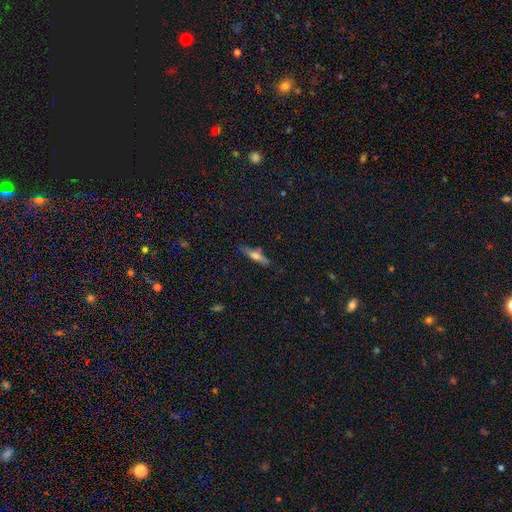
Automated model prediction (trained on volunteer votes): The model was most divided on "smooth or featured": smooth: 47%, featured or disk: 45%, star or artifact: 8%. More confident: merging — none (79%).